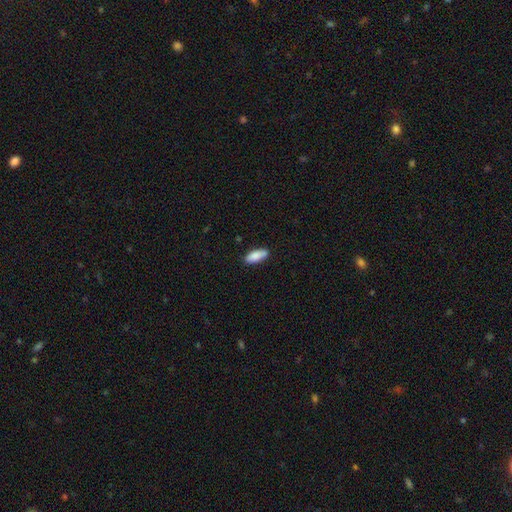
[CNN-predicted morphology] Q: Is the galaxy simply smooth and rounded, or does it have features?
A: smooth — 86%.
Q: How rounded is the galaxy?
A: in between — 76%.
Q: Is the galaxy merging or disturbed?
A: none — 83%.